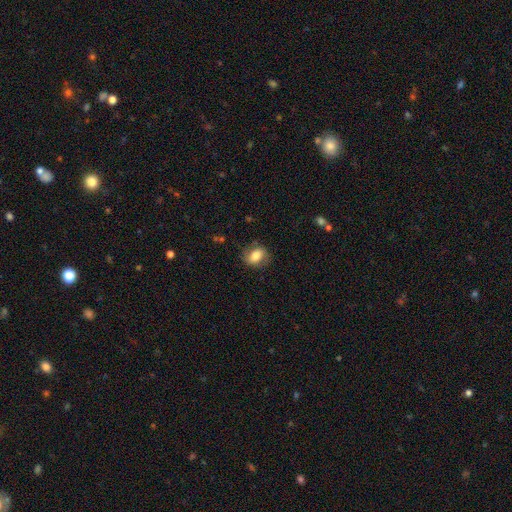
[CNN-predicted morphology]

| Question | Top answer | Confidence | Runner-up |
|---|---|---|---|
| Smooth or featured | smooth | 75% | featured or disk (16%) |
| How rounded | in between | 66% | round (32%) |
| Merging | none | 77% | minor disturbance (17%) |